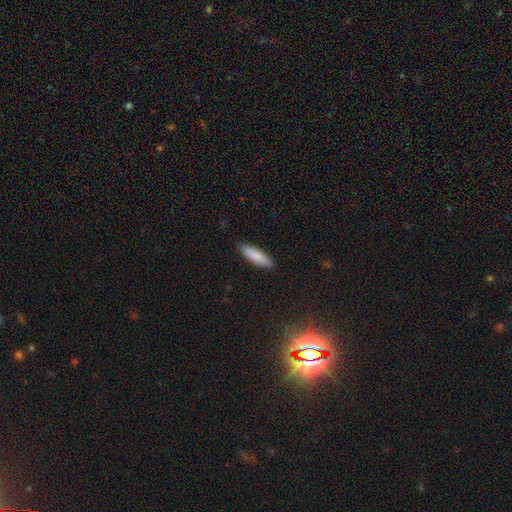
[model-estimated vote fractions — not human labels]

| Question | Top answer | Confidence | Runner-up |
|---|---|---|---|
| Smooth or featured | smooth | 87% | featured or disk (7%) |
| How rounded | cigar-shaped | 59% | in between (40%) |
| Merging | none | 88% | minor disturbance (9%) |